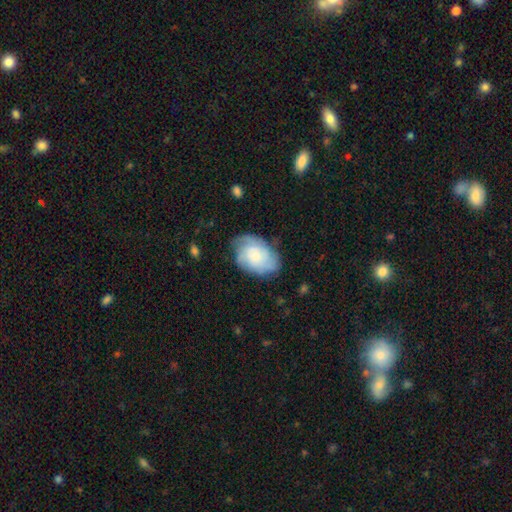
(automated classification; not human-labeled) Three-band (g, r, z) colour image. It shows a featured or disk galaxy (50%). Merging: none (63%).